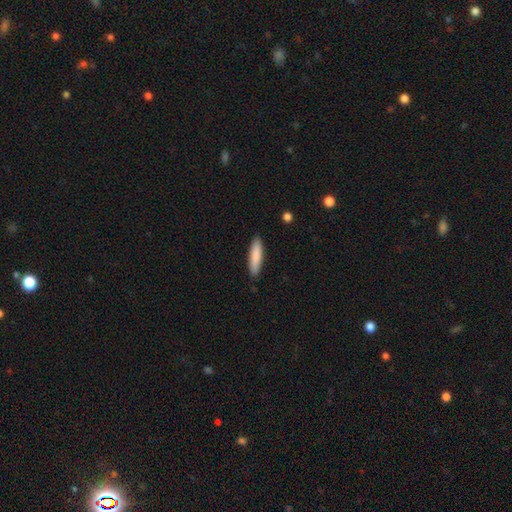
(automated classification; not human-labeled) Overall: smooth (86%). How rounded: cigar-shaped (75%). Merging: none (89%).